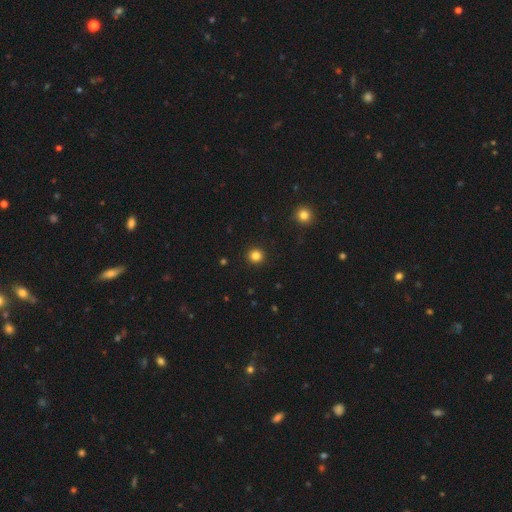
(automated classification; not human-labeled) Smooth or featured? smooth (83%)
How rounded? round (95%)
Merging? none (93%)